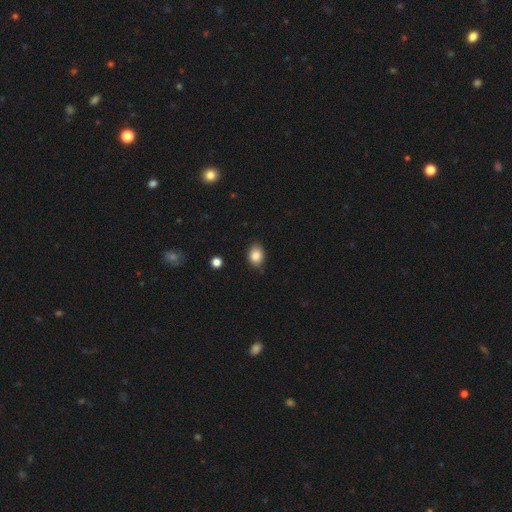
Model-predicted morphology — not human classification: This appears to be a smooth galaxy with no disk features (85%) that is in between round and cigar-shaped (60%). Merging: none (77%).